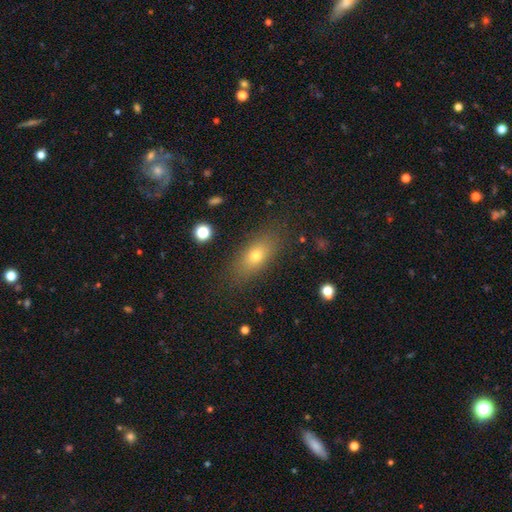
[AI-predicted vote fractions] A smooth galaxy with no disk features (71%) that is in between round and cigar-shaped (75%).

Vote fractions:
- Smooth or featured? smooth: 71% / featured or disk: 17% / star or artifact: 12%
- How rounded? in between: 75% / cigar-shaped: 16% / round: 9%
- Merging? none: 83% / minor disturbance: 11% / major disturbance: 4% / merger: 2%